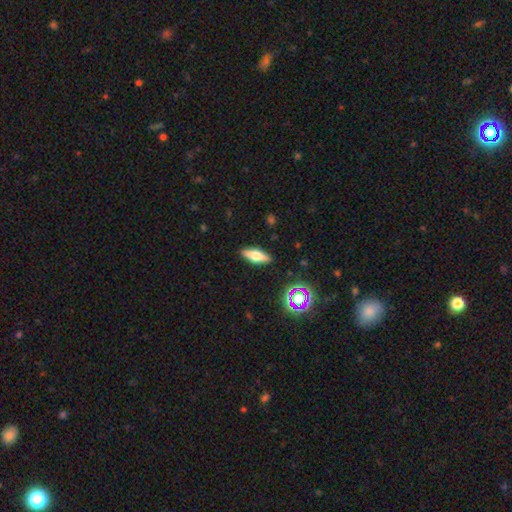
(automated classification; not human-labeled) Overall: smooth (48%; featured or disk 43%). Merging: none (89%).